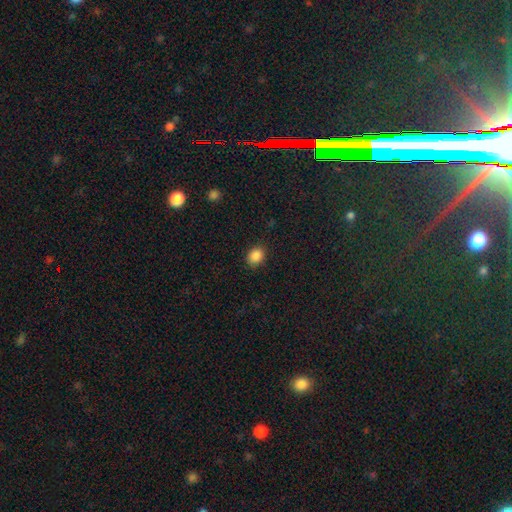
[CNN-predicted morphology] This appears to be a smooth galaxy with no disk features (87%) that is in between round and cigar-shaped (51%). Merging: none (87%).